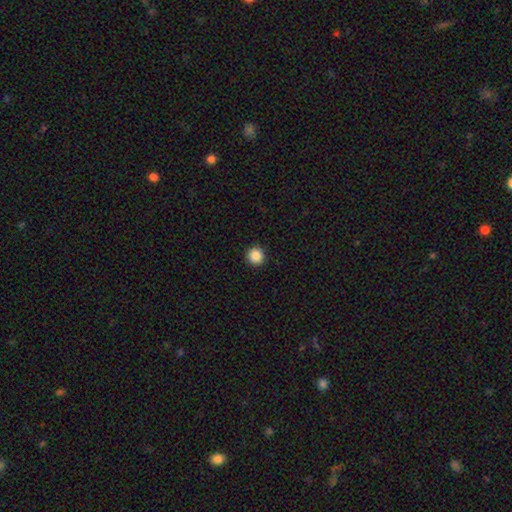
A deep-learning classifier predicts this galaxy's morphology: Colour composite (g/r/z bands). It shows a smooth galaxy with no disk features (87%) that is round (95%). Merging: none (93%).